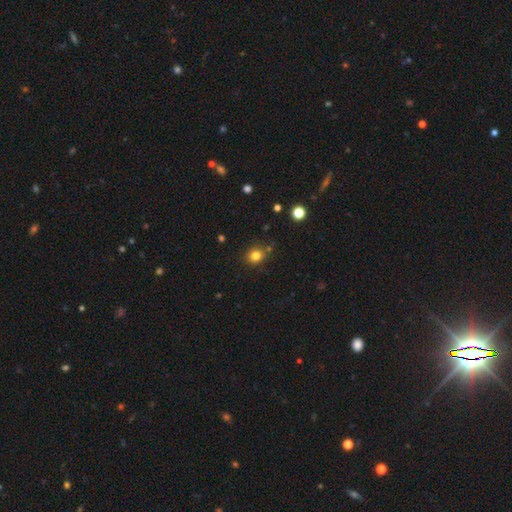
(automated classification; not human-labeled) Smooth or featured?
  - smooth: 81% *
  - star or artifact: 13%
  - featured or disk: 6%
How rounded?
  - round: 76% *
  - in between: 23%
  - cigar-shaped: 1%
Merging?
  - none: 81% *
  - minor disturbance: 12%
  - merger: 4%
  - major disturbance: 3%